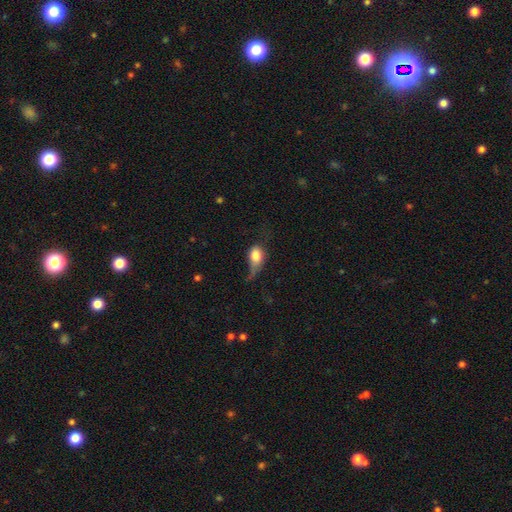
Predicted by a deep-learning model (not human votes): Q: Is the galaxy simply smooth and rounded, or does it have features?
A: smooth — 72%.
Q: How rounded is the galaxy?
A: in between — 71%.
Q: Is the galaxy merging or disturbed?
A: major disturbance — 41%.